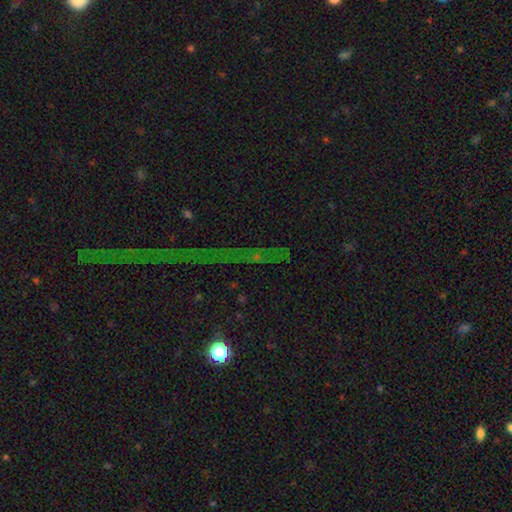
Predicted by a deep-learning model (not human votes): A star or artifact, not a galaxy (80%).